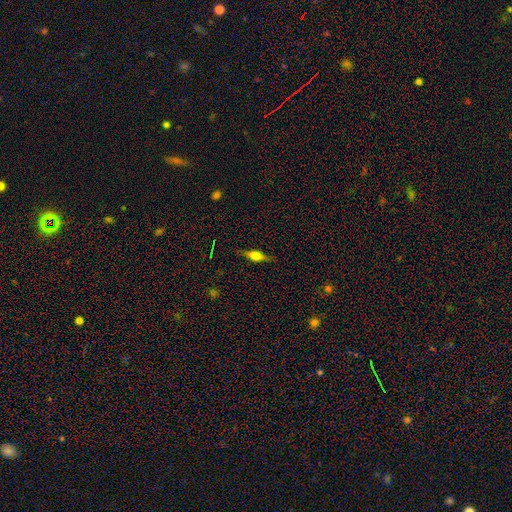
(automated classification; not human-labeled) Q: Smooth or featured?
A: featured or disk (54%); runner-up: smooth (37%)
Q: Edge-on disk?
A: yes (94%); runner-up: no (6%)
Q: Edge-on bulge?
A: rounded (88%); runner-up: boxy (9%)
Q: Merging?
A: none (85%); runner-up: minor disturbance (11%)